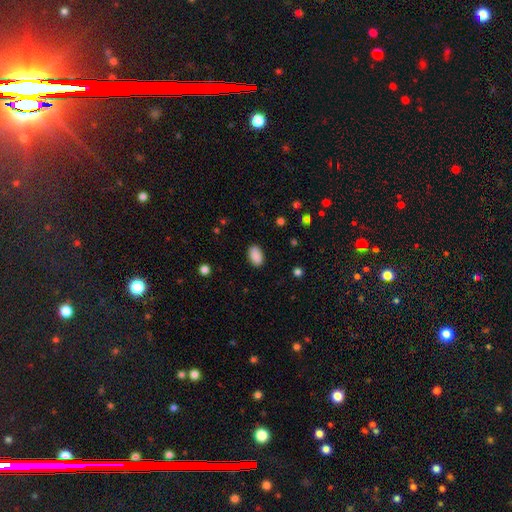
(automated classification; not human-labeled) Morphology: type=smooth (90%); roundness=in between (92%); merging=none (87%).